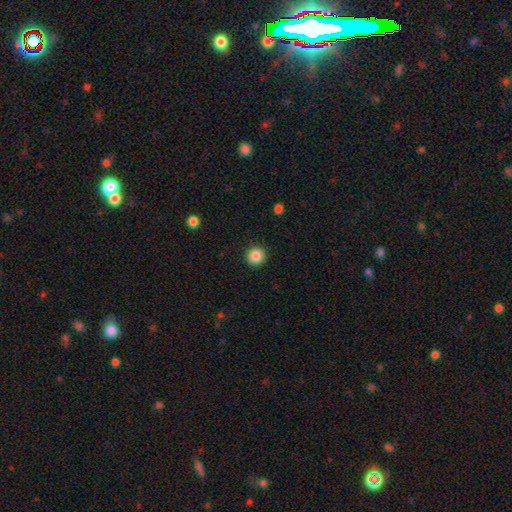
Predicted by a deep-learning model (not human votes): smooth 87%, star or artifact 10%, featured or disk 4%. Down the decision tree: how rounded — round (93%); merging — none (91%).